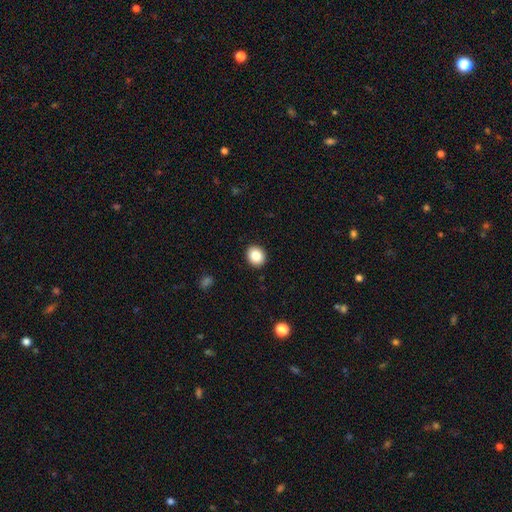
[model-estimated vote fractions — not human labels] Smooth or featured?
  - smooth: 85% *
  - star or artifact: 9%
  - featured or disk: 7%
How rounded?
  - round: 67% *
  - in between: 32%
  - cigar-shaped: 1%
Merging?
  - none: 91% *
  - minor disturbance: 6%
  - major disturbance: 2%
  - merger: 1%